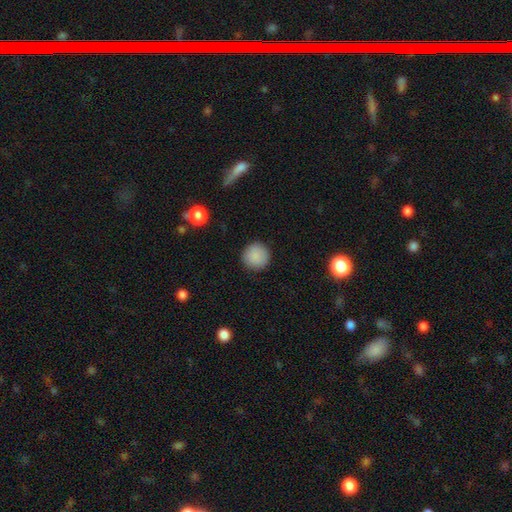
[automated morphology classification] Smooth or featured? smooth (89%)
How rounded? round (95%)
Merging? none (91%)